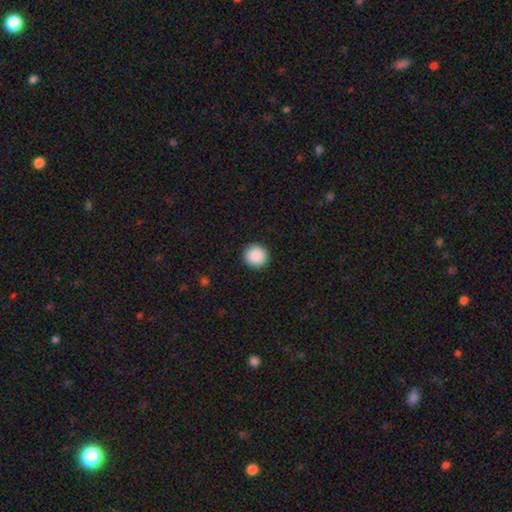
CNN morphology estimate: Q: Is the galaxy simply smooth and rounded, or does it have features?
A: smooth — 90%.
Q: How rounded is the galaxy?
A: round — 95%.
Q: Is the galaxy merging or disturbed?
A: none — 93%.